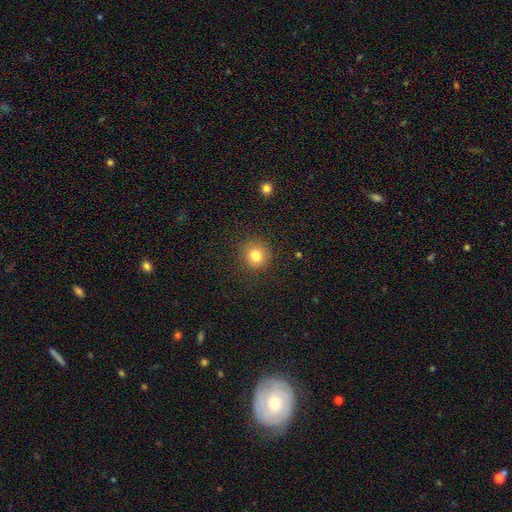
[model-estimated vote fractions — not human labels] Smooth or featured? smooth (80%)
How rounded? round (92%)
Merging? none (89%)